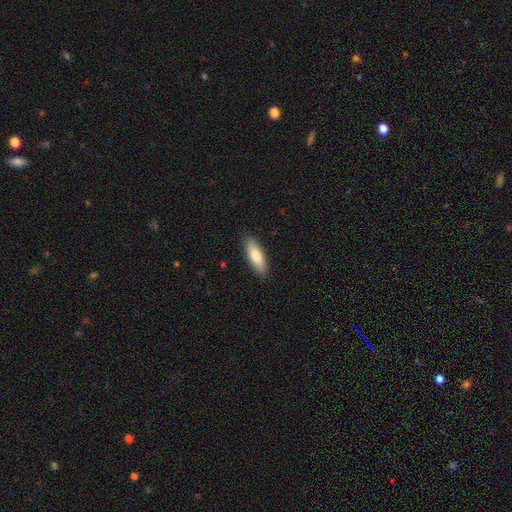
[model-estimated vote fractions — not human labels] Smooth or featured? Predicted: smooth (p=0.81). How rounded? Predicted: in between (p=0.60). Merging? Predicted: none (p=0.88).